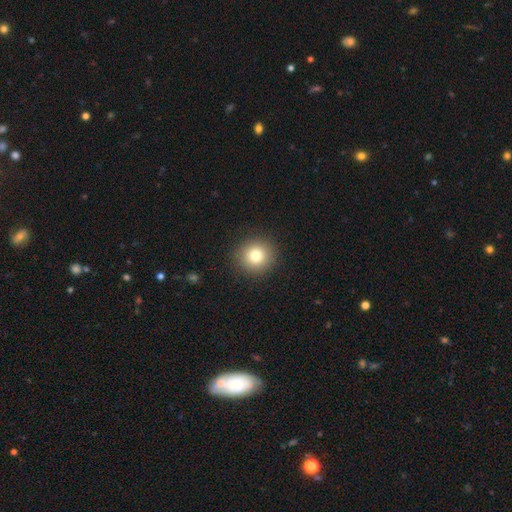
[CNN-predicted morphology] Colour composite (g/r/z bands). It shows a smooth galaxy with no disk features (80%) that is round (92%). Merging: none (91%).